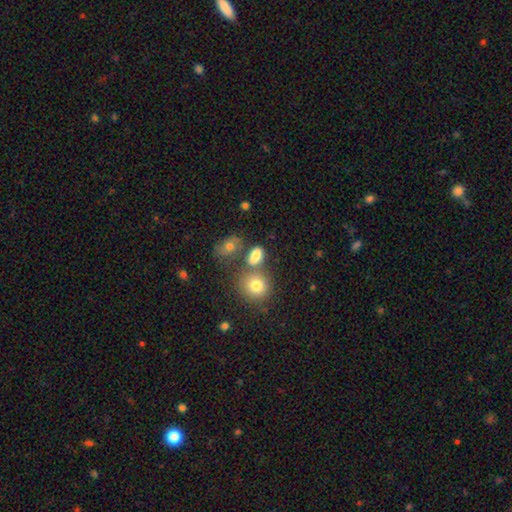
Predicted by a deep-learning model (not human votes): This is likely a smooth galaxy (79%). How rounded: likely in between (74%). Merging: possibly none (54%).